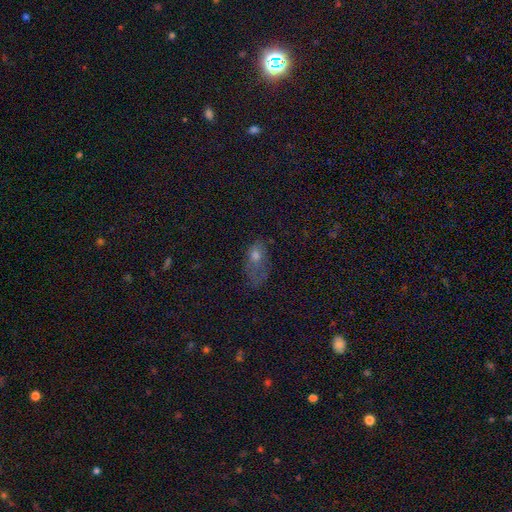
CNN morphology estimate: A smooth galaxy with no disk features (59%) that is in between round and cigar-shaped (80%).

Vote fractions:
- Smooth or featured? smooth: 59% / featured or disk: 21% / star or artifact: 19%
- How rounded? in between: 80% / round: 15% / cigar-shaped: 4%
- Merging? none: 34% / major disturbance: 32% / minor disturbance: 31% / merger: 3%